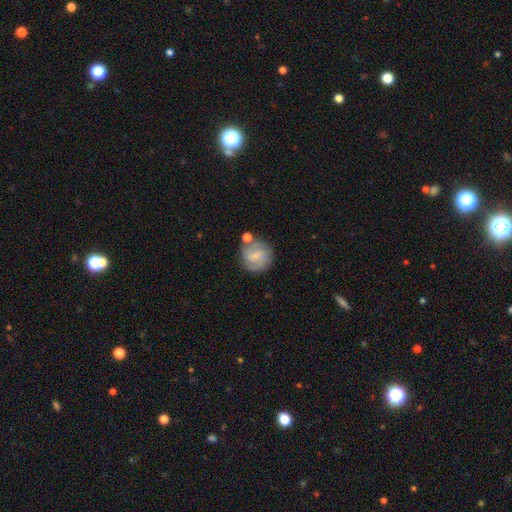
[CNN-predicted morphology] A featured or disk galaxy (62%) with a weak bar (55%), 2 (53%) tight (43%) spiral arms (90%) and a small central bulge (57%). Merging: none (65%).